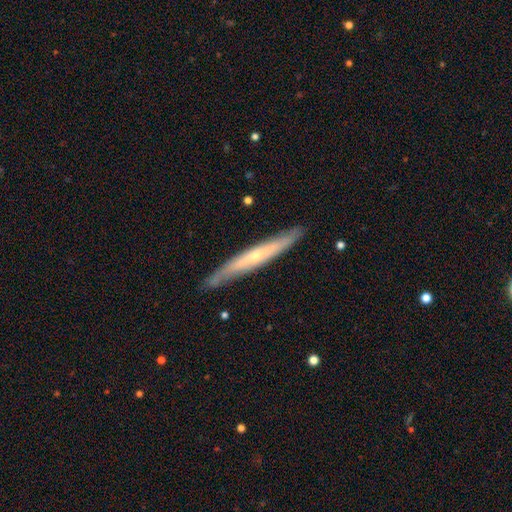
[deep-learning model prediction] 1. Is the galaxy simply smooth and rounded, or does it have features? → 57% featured or disk, 38% smooth, 5% star or artifact.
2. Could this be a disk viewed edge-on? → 89% yes, 11% no.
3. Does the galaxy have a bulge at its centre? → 49% none, 47% rounded, 4% boxy.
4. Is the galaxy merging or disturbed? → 86% none, 11% minor disturbance, 2% major disturbance, 1% merger.